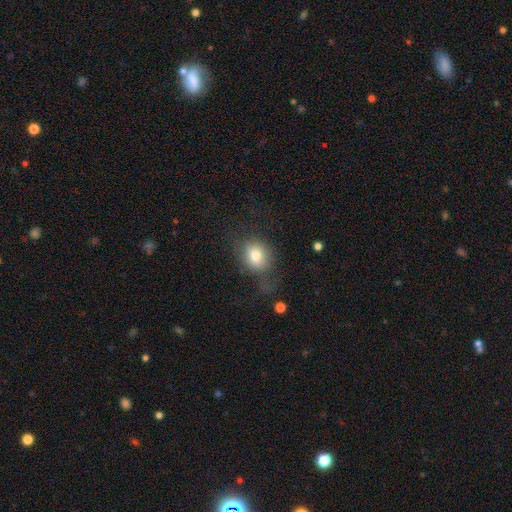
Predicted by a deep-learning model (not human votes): smooth 74%, featured or disk 15%, star or artifact 12%. Down the decision tree: how rounded — round (66%); merging — none (57%).